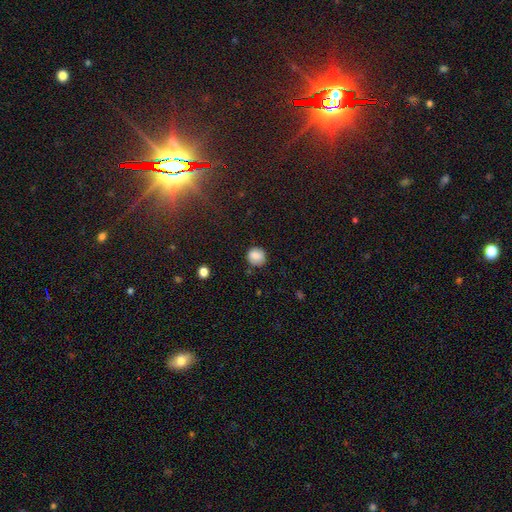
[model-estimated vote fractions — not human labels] Smooth or featured: smooth — 84% (star or artifact — 9%)
How rounded: round — 87% (in between — 13%)
Merging: none — 78% (minor disturbance — 17%)